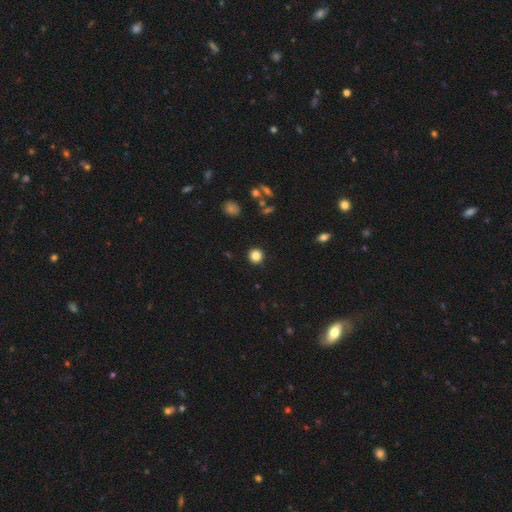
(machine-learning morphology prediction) A smooth galaxy with no disk features (83%) that is round (94%).

Vote fractions:
- Smooth or featured? smooth: 83% / star or artifact: 12% / featured or disk: 4%
- How rounded? round: 94% / in between: 5% / cigar-shaped: 1%
- Merging? none: 92% / minor disturbance: 5% / major disturbance: 2% / merger: 1%